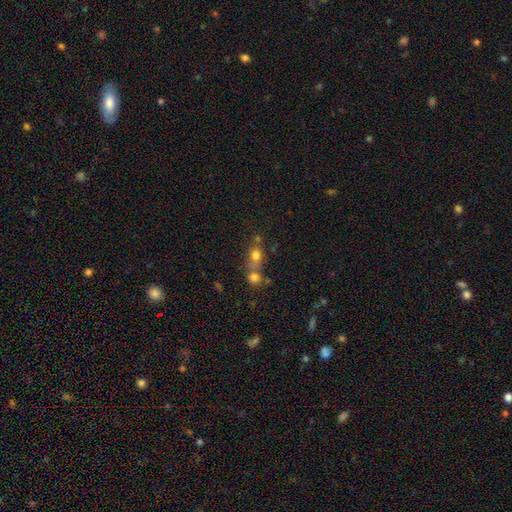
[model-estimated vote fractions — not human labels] Smooth or featured? smooth (72%)
How rounded? round (74%)
Merging? merger (47%)